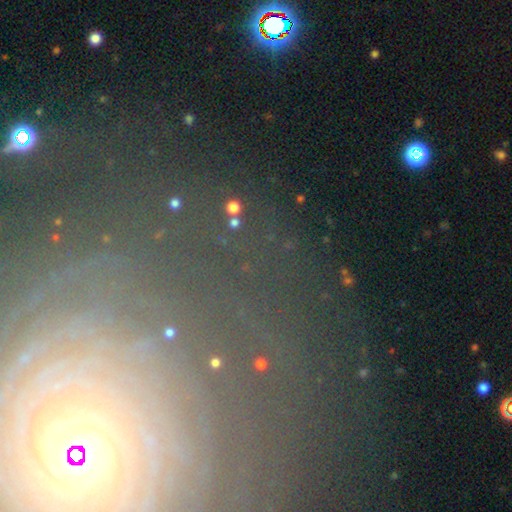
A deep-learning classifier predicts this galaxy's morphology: Q: Smooth or featured?
A: star or artifact (53%); runner-up: featured or disk (28%)